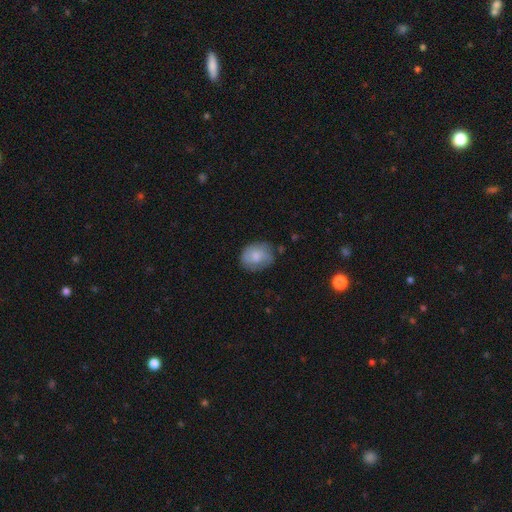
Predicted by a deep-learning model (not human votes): smooth 74%, featured or disk 19%, star or artifact 7%. Down the decision tree: how rounded — round (51%); merging — none (69%).